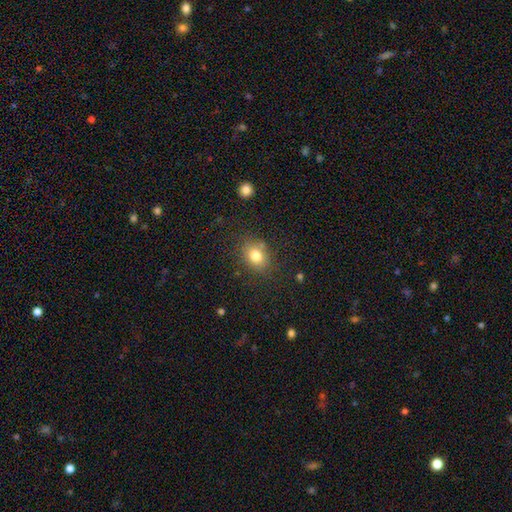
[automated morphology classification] Smooth or featured? smooth (80%)
How rounded? in between (56%)
Merging? none (79%)